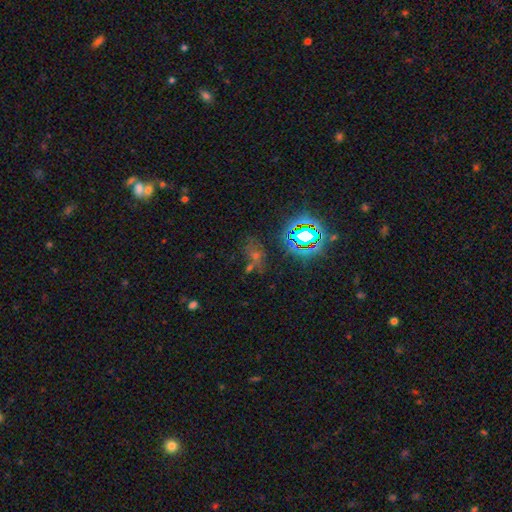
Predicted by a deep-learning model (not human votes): The model was most divided on "smooth or featured": star or artifact: 58%, smooth: 28%, featured or disk: 14%.